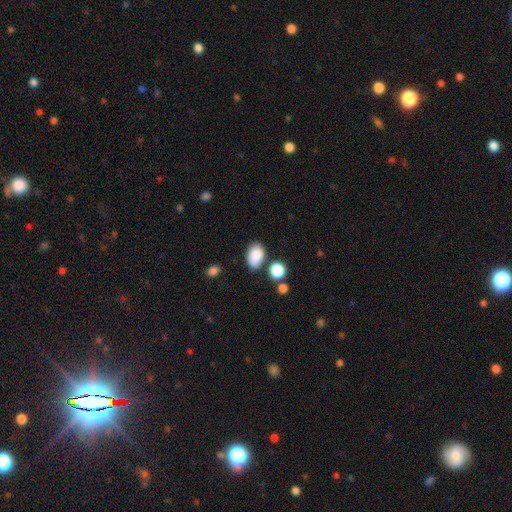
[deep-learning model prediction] Smooth or featured? Predicted: smooth (p=0.86). How rounded? Predicted: in between (p=0.87). Merging? Predicted: none (p=0.68).